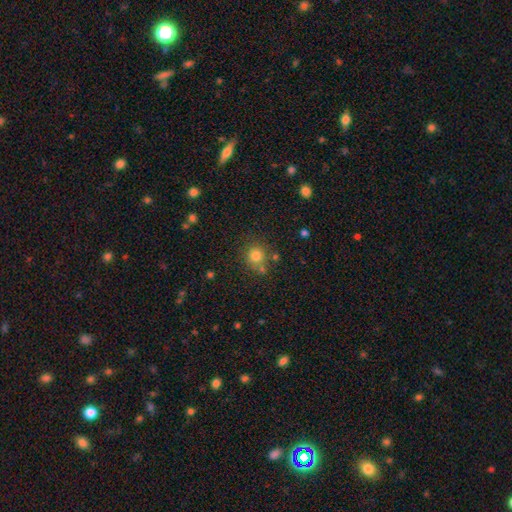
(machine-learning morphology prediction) type=smooth (80%); roundness=round (89%); merging=none (72%).